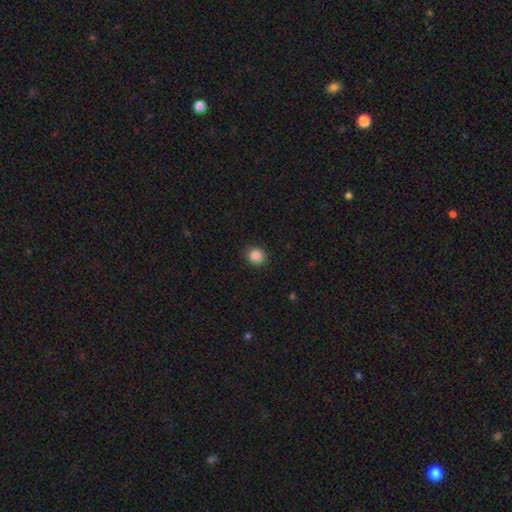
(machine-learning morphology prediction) Overall: smooth (87%). How rounded: round (83%). Merging: none (91%).